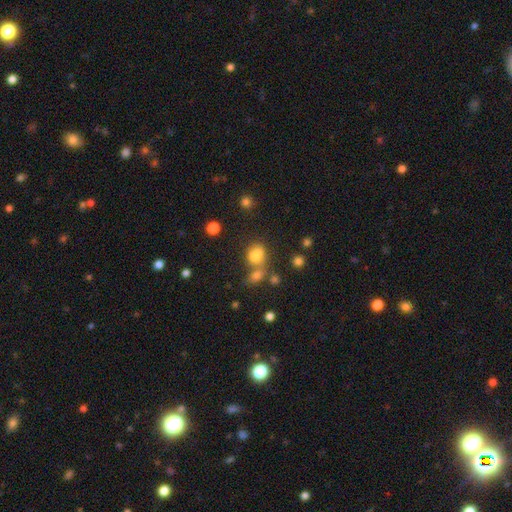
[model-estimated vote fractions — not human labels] This is likely a smooth galaxy (74%). How rounded: likely in between (65%). Merging: marginally merger (44%).